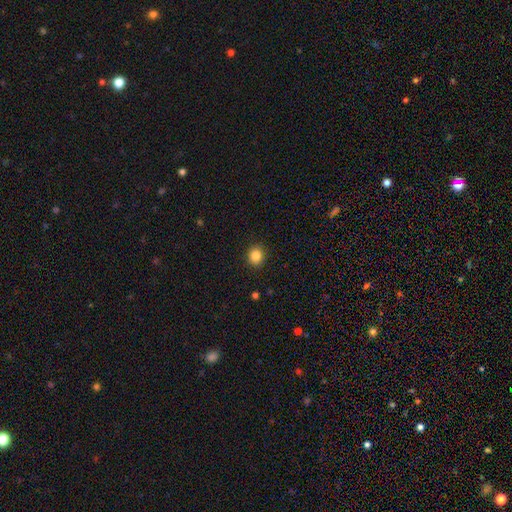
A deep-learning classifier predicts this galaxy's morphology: Smooth or featured? Predicted: smooth (p=0.84). How rounded? Predicted: round (p=0.80). Merging? Predicted: none (p=0.91).